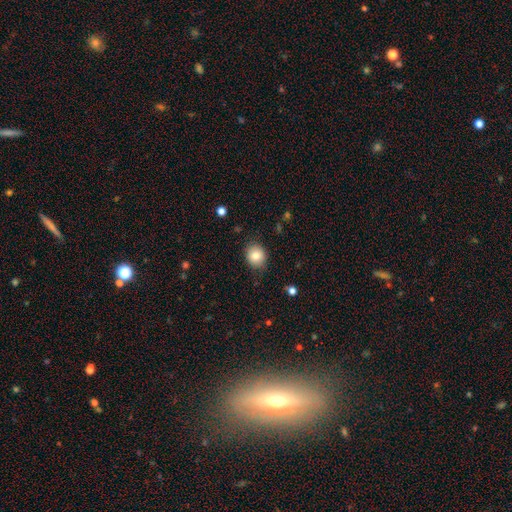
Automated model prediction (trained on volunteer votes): The model was most divided on "how rounded": round: 68%, in between: 31%, cigar-shaped: 1%. More confident: smooth or featured — smooth (83%); merging — none (83%).